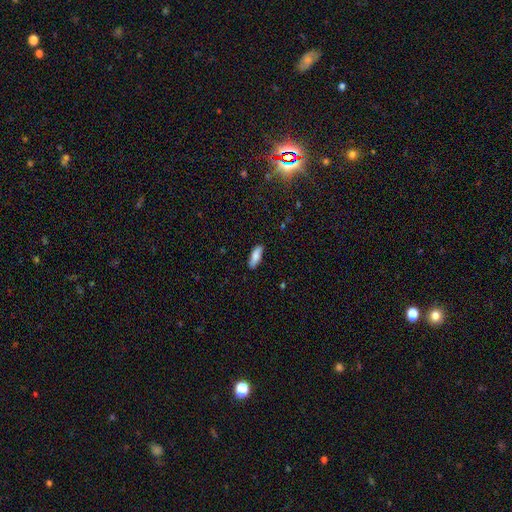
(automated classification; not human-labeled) Overall: smooth (82%). How rounded: in between (61%; cigar-shaped 37%). Merging: none (86%).